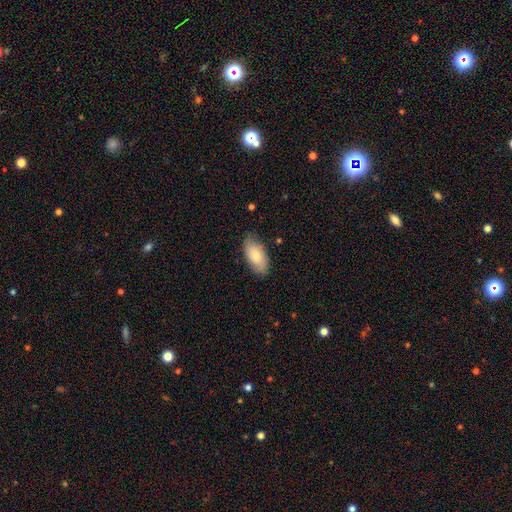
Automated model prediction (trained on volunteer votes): Smooth or featured? smooth (76%)
How rounded? in between (93%)
Merging? none (77%)